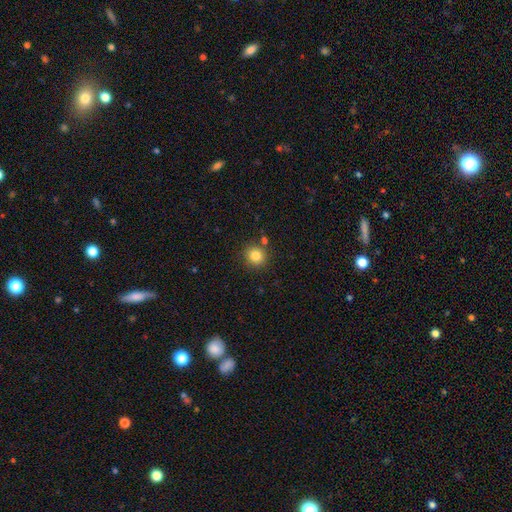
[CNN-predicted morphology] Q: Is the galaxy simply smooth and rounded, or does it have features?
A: smooth — 83%.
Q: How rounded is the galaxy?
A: round — 87%.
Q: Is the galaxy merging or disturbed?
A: none — 82%.